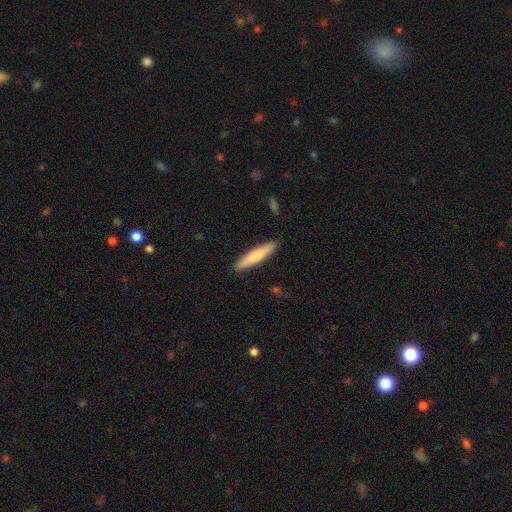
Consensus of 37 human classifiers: Smooth or featured?
  - smooth: 62% *
  - featured or disk: 35%
  - star or artifact: 3%
How rounded?
  - cigar-shaped: 87% *
  - in between: 13%
  - round: 0%
Merging?
  - none: 94% *
  - minor disturbance: 3%
  - major disturbance: 3%
  - merger: 0%